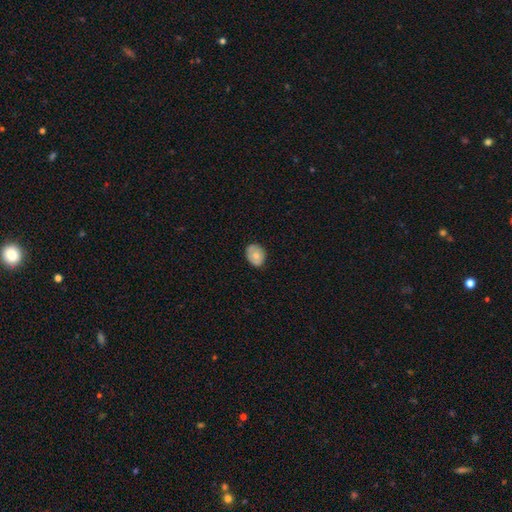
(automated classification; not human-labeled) Smooth or featured?
  - smooth: 69% *
  - featured or disk: 23%
  - star or artifact: 7%
How rounded?
  - in between: 52% *
  - round: 47%
  - cigar-shaped: 1%
Merging?
  - none: 78% *
  - minor disturbance: 18%
  - major disturbance: 3%
  - merger: 1%